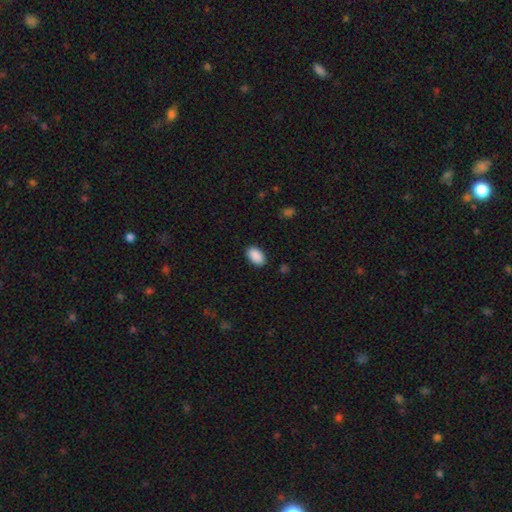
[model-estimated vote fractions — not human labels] Overall: smooth (91%). How rounded: in between (93%). Merging: none (88%).